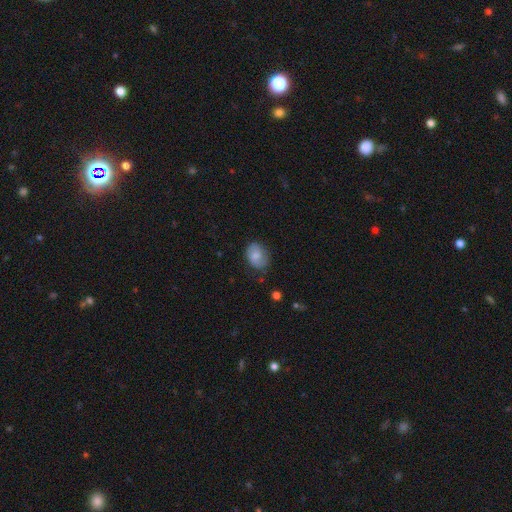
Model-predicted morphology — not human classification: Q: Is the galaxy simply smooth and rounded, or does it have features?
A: smooth — 65%.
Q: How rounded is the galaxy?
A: in between — 67%.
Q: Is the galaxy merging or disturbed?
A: none — 68%.